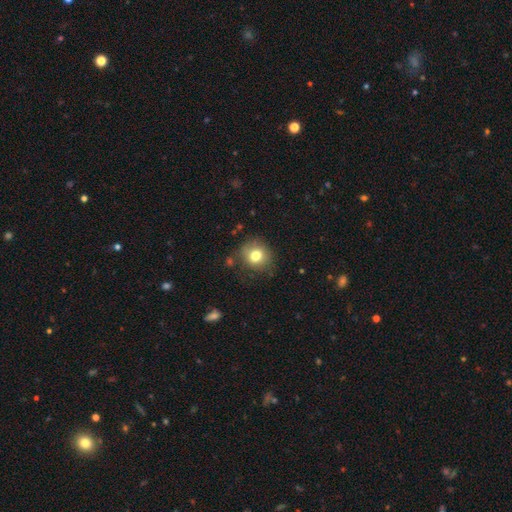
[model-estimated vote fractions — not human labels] Overall: smooth (77%). How rounded: round (84%). Merging: none (79%).